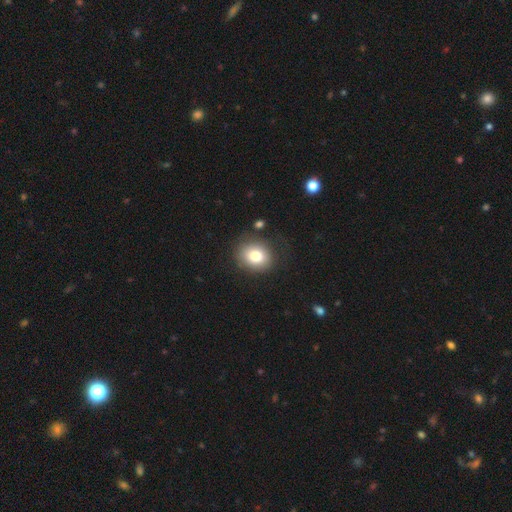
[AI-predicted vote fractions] This appears to be a smooth galaxy with no disk features (79%) that is round (66%). Merging: none (81%).